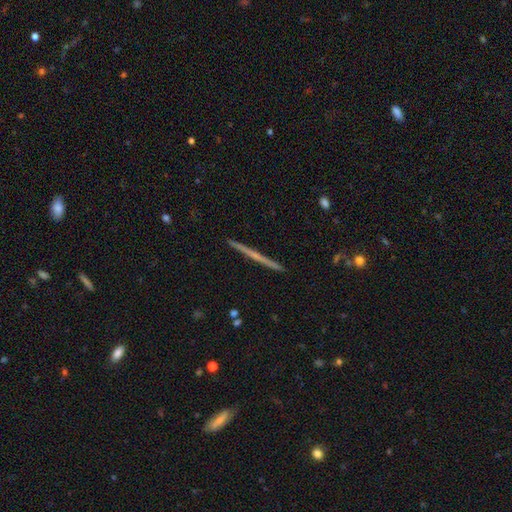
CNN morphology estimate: The model was most divided on "edge-on bulge": none: 68%, rounded: 27%, boxy: 5%. More confident: edge-on disk — yes (98%); merging — none (93%); smooth or featured — featured or disk (68%).